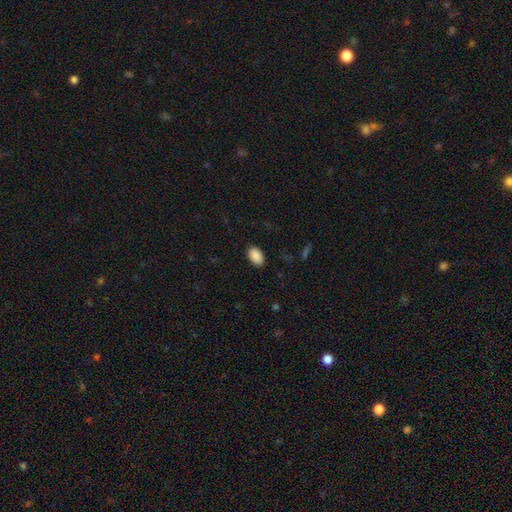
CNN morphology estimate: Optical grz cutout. It shows a smooth galaxy with no disk features (90%) that is in between round and cigar-shaped (91%). Merging: none (88%).